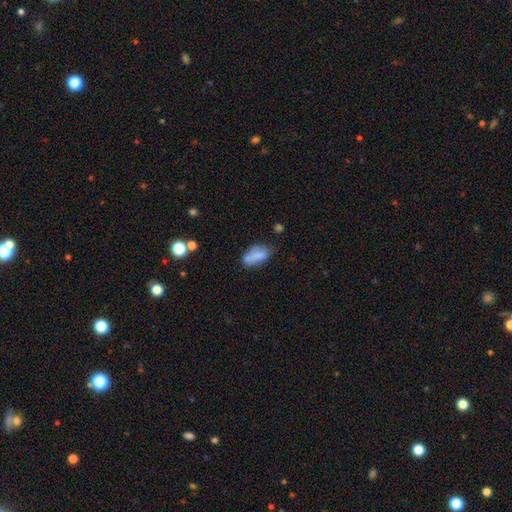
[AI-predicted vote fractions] smooth 77%, featured or disk 14%, star or artifact 9%. Down the decision tree: how rounded — in between (89%); merging — none (51%).